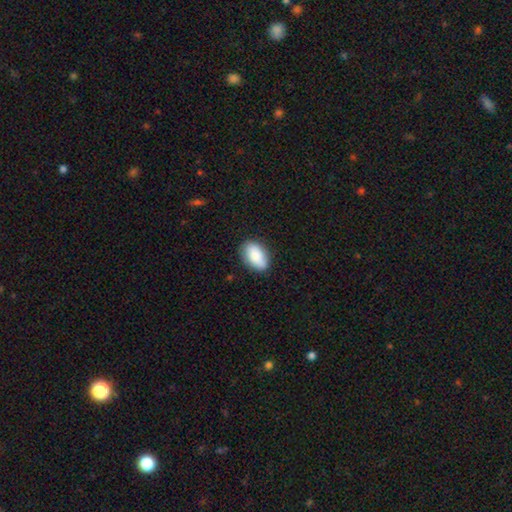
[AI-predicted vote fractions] Q: Smooth or featured?
A: smooth (85%); runner-up: featured or disk (9%)
Q: How rounded?
A: in between (92%); runner-up: round (6%)
Q: Merging?
A: none (83%); runner-up: minor disturbance (13%)